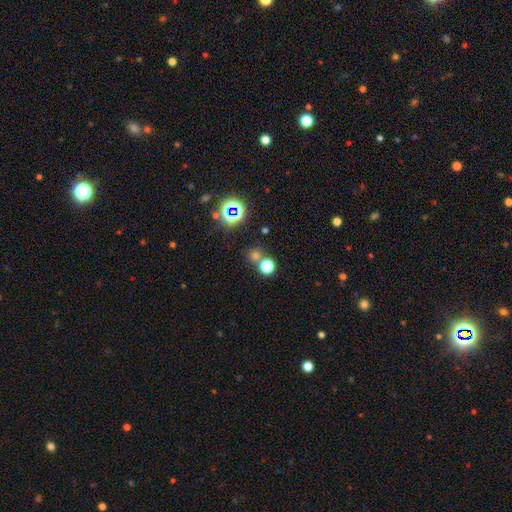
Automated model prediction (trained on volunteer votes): This appears to be a smooth galaxy with no disk features (61%) that is round (89%). Merging: none (67%).